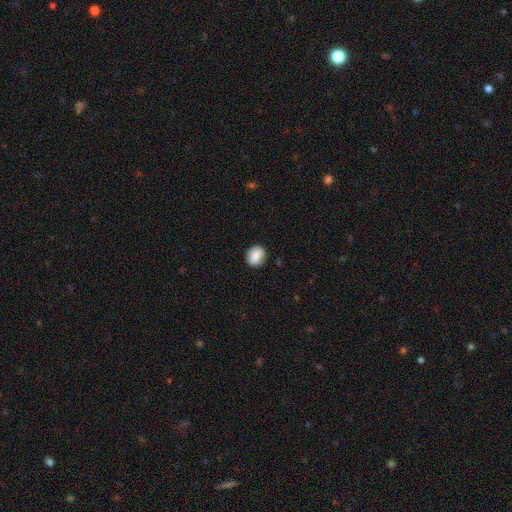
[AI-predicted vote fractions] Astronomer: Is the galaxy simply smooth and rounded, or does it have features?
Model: smooth — 80%.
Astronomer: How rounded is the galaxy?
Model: round — 51% (runner-up: in between, 47%).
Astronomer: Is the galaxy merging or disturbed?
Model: none — 86%.